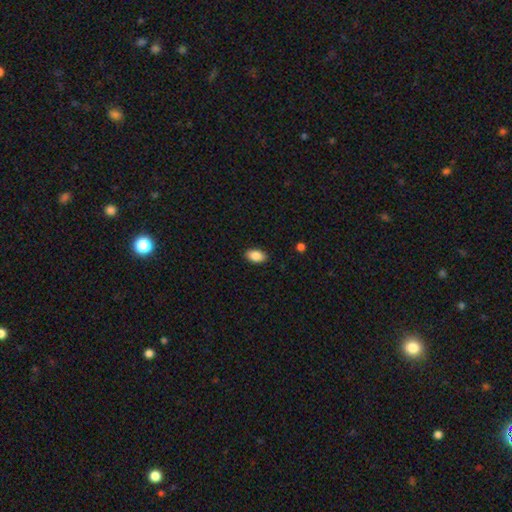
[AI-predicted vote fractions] A smooth galaxy with no disk features (87%) that is in between round and cigar-shaped (92%). Merging: none (89%).